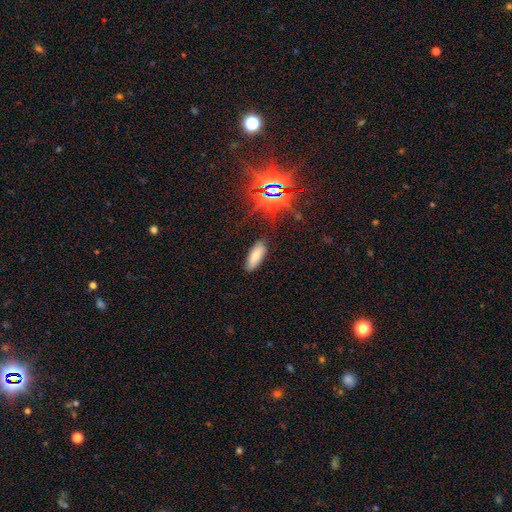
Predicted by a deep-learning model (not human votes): A smooth galaxy with no disk features (70%) that is in between round and cigar-shaped (74%). Merging: none (85%).